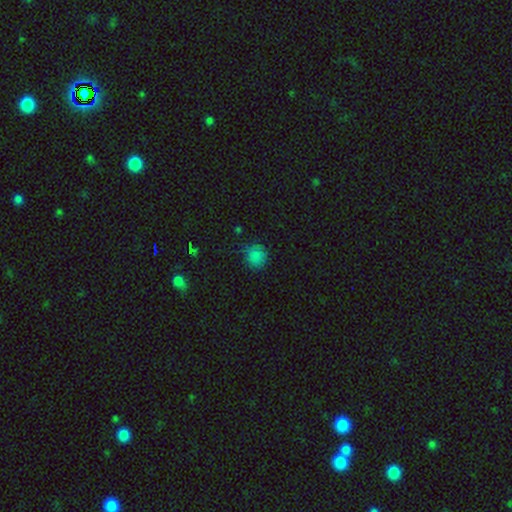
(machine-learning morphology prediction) Smooth or featured: smooth — 78% (star or artifact — 17%)
How rounded: round — 86% (in between — 13%)
Merging: none — 75% (minor disturbance — 19%)